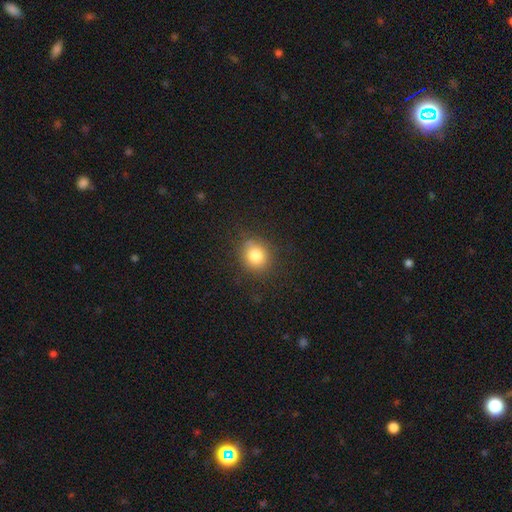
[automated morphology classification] smooth_or_featured: smooth (p=0.81) [alt: star or artifact p=0.12]
how_rounded: round (p=0.85) [alt: in between p=0.14]
merging: none (p=0.82) [alt: minor disturbance p=0.12]